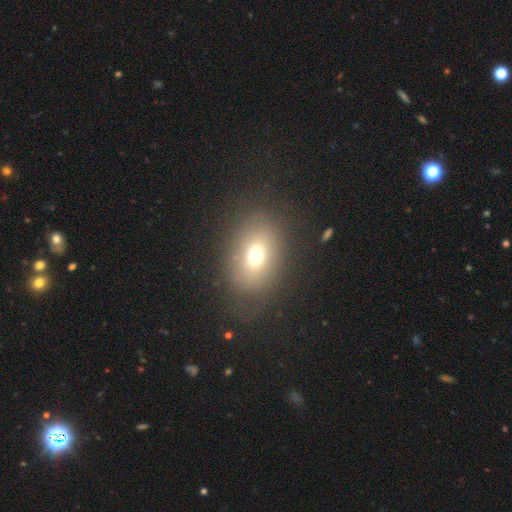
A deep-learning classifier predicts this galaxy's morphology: Q: Smooth or featured?
A: smooth (68%); runner-up: featured or disk (16%)
Q: How rounded?
A: in between (66%); runner-up: round (33%)
Q: Merging?
A: none (71%); runner-up: minor disturbance (15%)